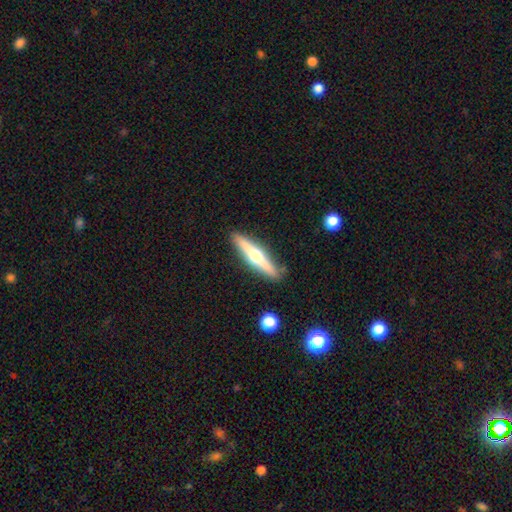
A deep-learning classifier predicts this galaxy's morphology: smooth-or-featured: featured or disk: 63% | smooth: 31% | star or artifact: 5%
  disk-edge-on: yes: 96% | no: 4%
    edge-on-bulge: rounded: 94% | none: 3% | boxy: 3%
  merging: none: 88% | minor disturbance: 8% | merger: 2% | major disturbance: 2%